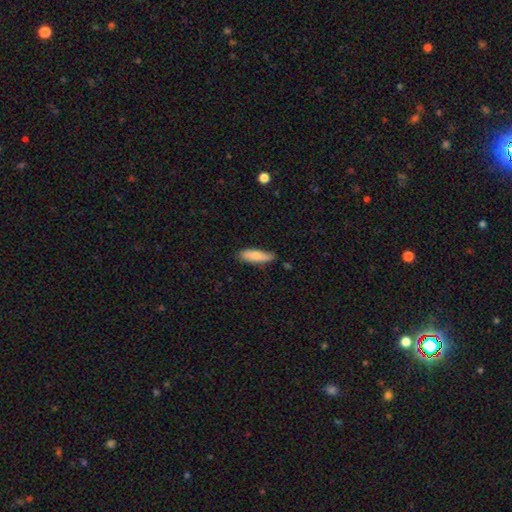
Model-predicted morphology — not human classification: This is likely a smooth galaxy (78%). How rounded: possibly cigar-shaped (56%). Merging: likely none (76%).